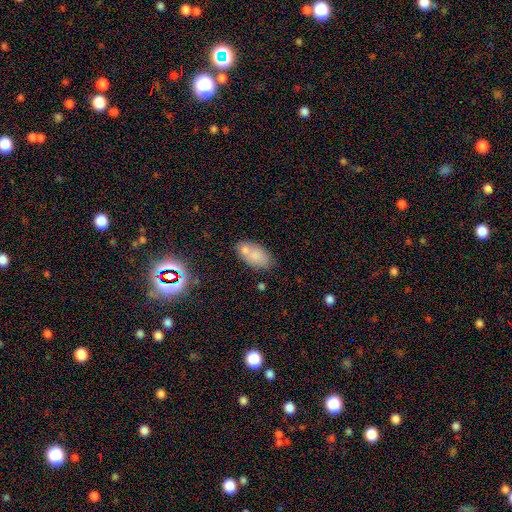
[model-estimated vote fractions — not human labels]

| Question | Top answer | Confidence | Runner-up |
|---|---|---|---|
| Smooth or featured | smooth | 76% | featured or disk (15%) |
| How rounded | in between | 91% | round (5%) |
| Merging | none | 55% | merger (23%) |